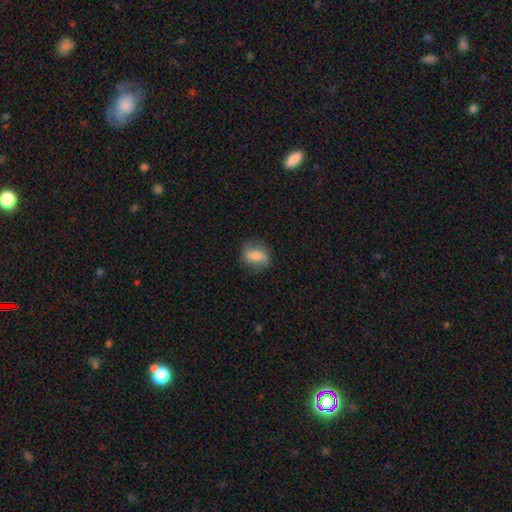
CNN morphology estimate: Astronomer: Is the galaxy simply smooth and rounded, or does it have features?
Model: smooth — 66%.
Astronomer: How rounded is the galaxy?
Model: in between — 63%.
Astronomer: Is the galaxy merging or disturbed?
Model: none — 74%.